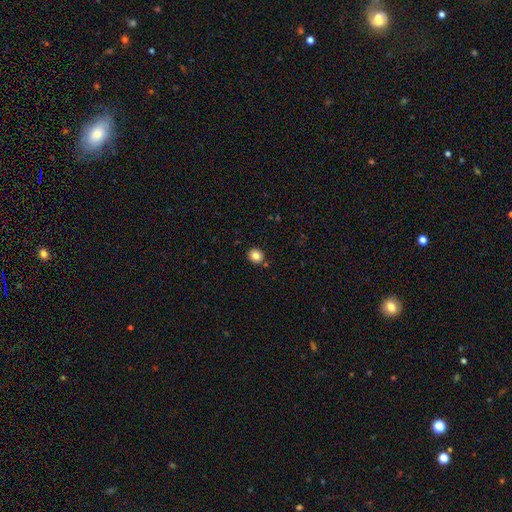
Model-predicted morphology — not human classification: The model was most divided on "how rounded": round: 79%, in between: 20%, cigar-shaped: 1%. More confident: merging — none (87%); smooth or featured — smooth (83%).